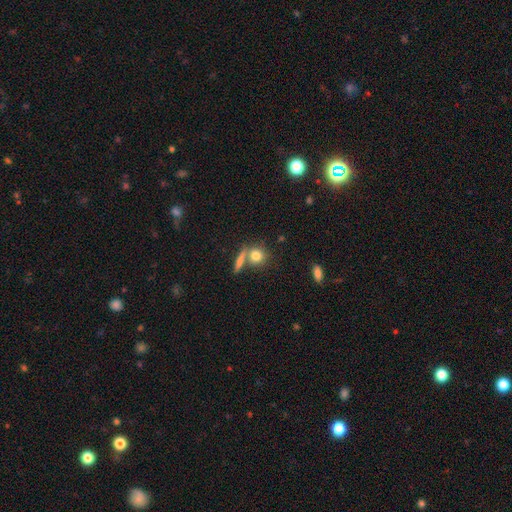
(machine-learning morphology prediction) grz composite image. It shows a smooth galaxy with no disk features (79%) that is round (77%). Merging: none (59%).